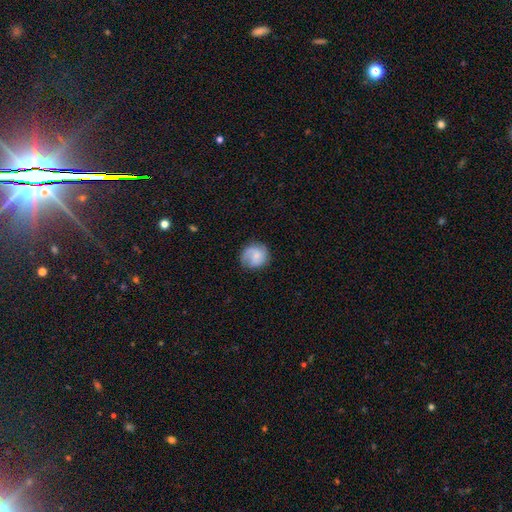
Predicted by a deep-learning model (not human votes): Overall: smooth (48%; featured or disk 45%). Merging: none (74%).